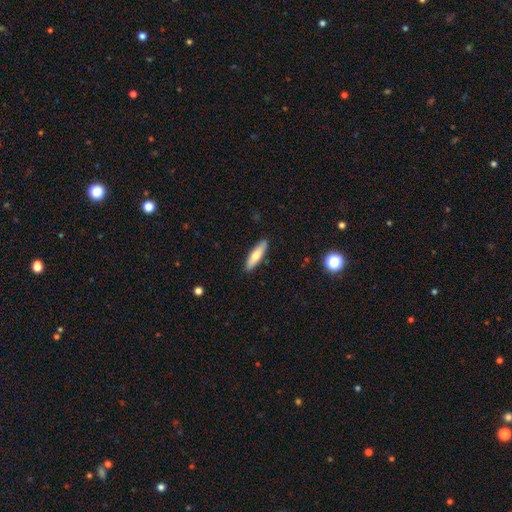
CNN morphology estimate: A smooth galaxy with no disk features (71%) that is cigar-shaped (65%). Merging: none (89%).